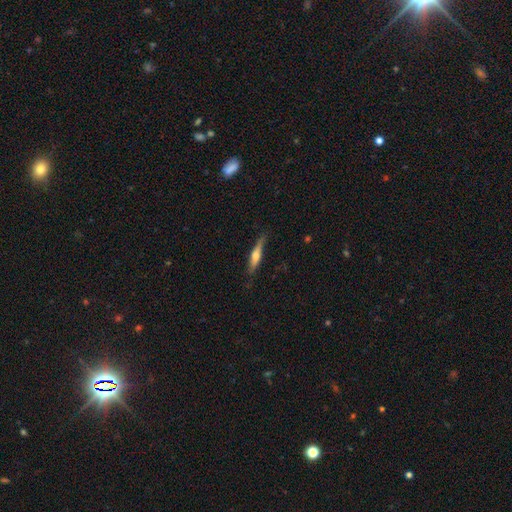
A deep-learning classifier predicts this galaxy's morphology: Q: Smooth or featured?
A: featured or disk (49%); runner-up: smooth (46%)
Q: Merging?
A: none (77%); runner-up: minor disturbance (18%)